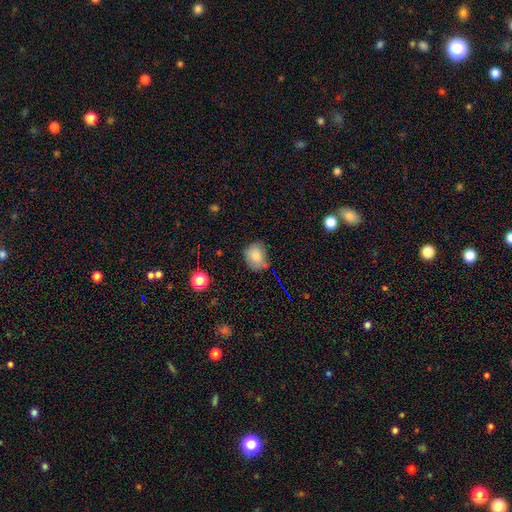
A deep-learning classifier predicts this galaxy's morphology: Q: Smooth or featured?
A: smooth (80%); runner-up: featured or disk (10%)
Q: How rounded?
A: round (59%); runner-up: in between (40%)
Q: Merging?
A: none (58%); runner-up: minor disturbance (28%)